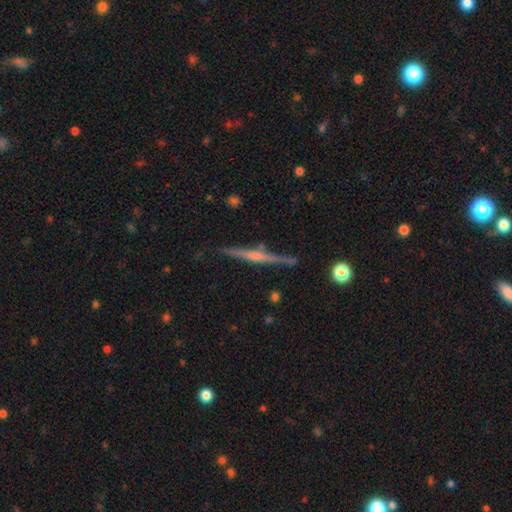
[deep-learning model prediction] Smooth or featured: featured or disk — 78% (smooth — 16%)
Edge-on disk: yes — 98% (no — 2%)
Edge-on bulge: rounded — 73% (none — 17%)
Merging: none — 84% (minor disturbance — 11%)